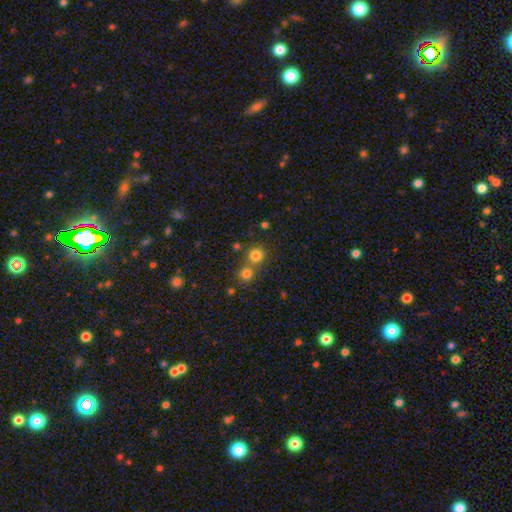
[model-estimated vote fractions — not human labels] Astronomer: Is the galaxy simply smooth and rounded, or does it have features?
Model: smooth — 77%.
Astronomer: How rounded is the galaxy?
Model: round — 88%.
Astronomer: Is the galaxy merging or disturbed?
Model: none — 58%.